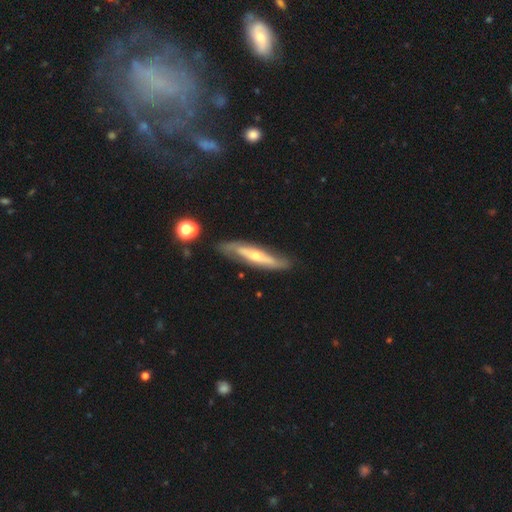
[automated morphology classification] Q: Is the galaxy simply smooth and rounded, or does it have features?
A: featured or disk — 65%.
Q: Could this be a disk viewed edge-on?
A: yes — 58%.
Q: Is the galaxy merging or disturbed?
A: none — 73%.